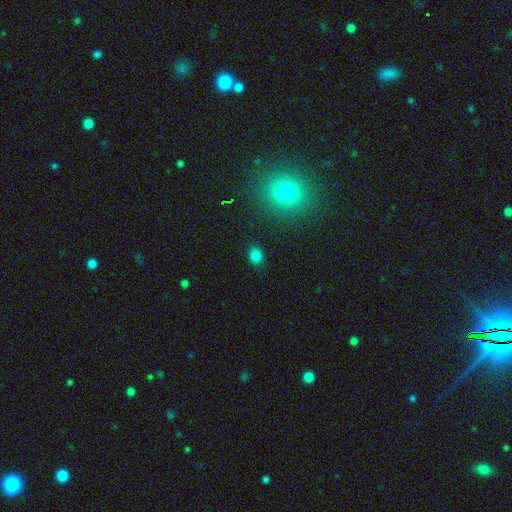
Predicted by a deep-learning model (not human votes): Smooth or featured? smooth (81%)
How rounded? round (69%)
Merging? none (88%)